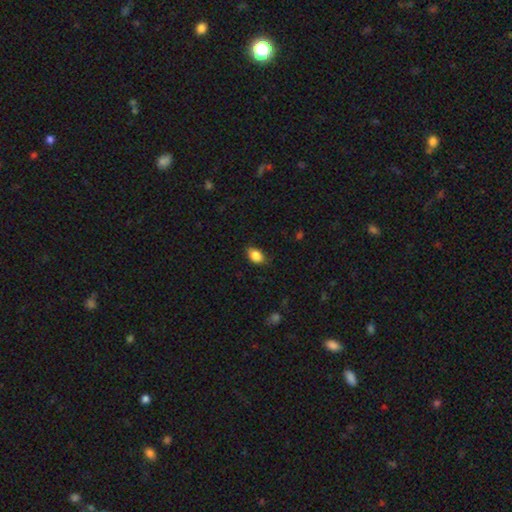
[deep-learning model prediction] Q: Smooth or featured?
A: smooth (87%); runner-up: star or artifact (8%)
Q: How rounded?
A: in between (82%); runner-up: round (17%)
Q: Merging?
A: none (79%); runner-up: minor disturbance (17%)